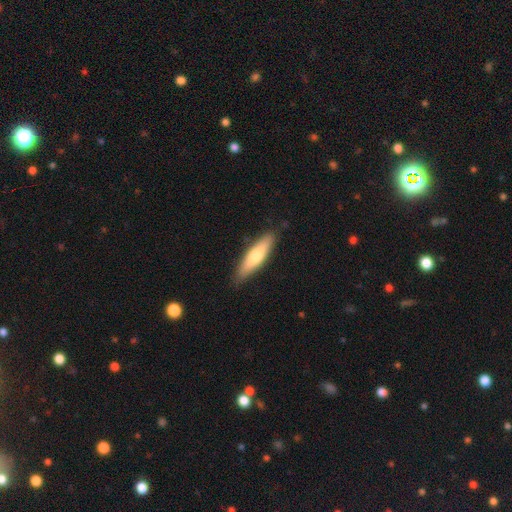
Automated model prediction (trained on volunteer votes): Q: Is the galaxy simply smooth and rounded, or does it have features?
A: smooth — 63%.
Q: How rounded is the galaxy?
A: cigar-shaped — 70%.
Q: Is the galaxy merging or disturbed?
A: none — 86%.